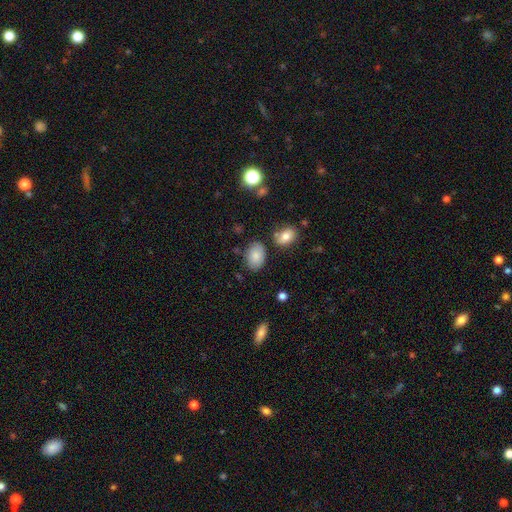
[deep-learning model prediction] This is clearly a smooth galaxy (83%). How rounded: clearly in between (88%). Merging: likely none (77%).